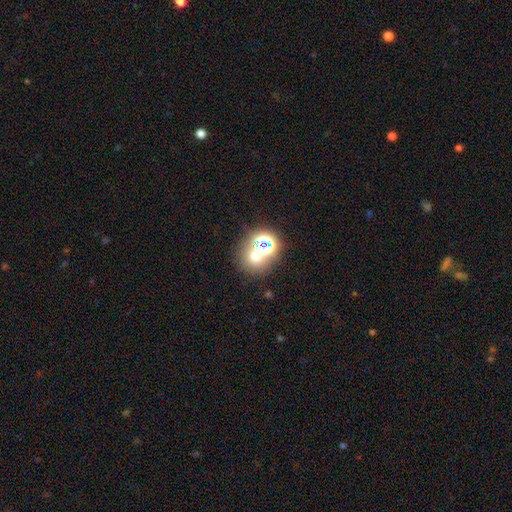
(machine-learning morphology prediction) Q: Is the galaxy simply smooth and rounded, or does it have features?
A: smooth — 52%.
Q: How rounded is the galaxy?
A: round — 82%.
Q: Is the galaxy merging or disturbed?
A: none — 61%.